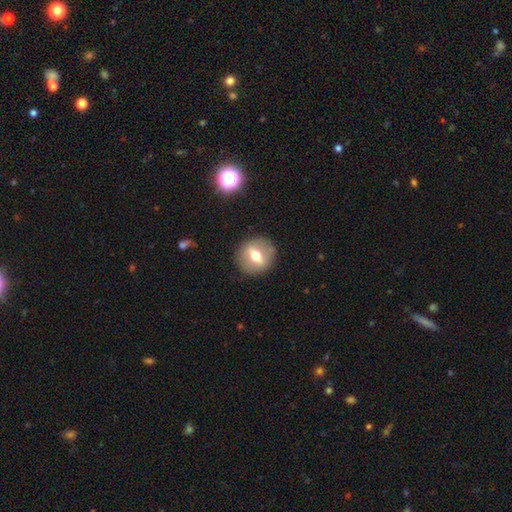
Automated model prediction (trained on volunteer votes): This appears to be a featured or disk galaxy (47%). Merging: none (88%).